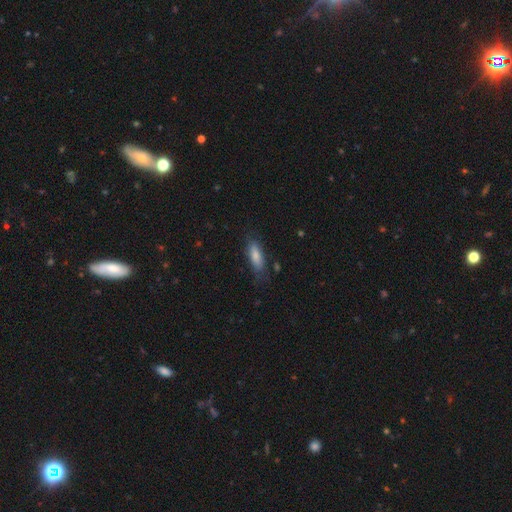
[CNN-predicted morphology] smooth 79%, featured or disk 14%, star or artifact 7%. Down the decision tree: how rounded — in between (65%); merging — none (73%).